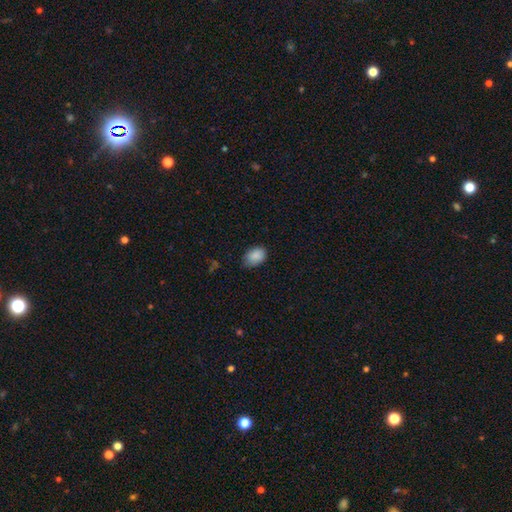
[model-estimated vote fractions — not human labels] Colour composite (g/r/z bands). It shows a smooth galaxy with no disk features (88%) that is in between round and cigar-shaped (81%). Merging: none (70%).